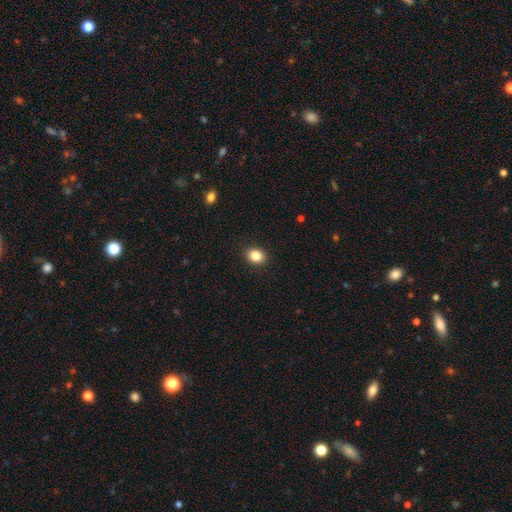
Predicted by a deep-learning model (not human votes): This appears to be a smooth galaxy with no disk features (85%) that is round (59%). Merging: none (91%).